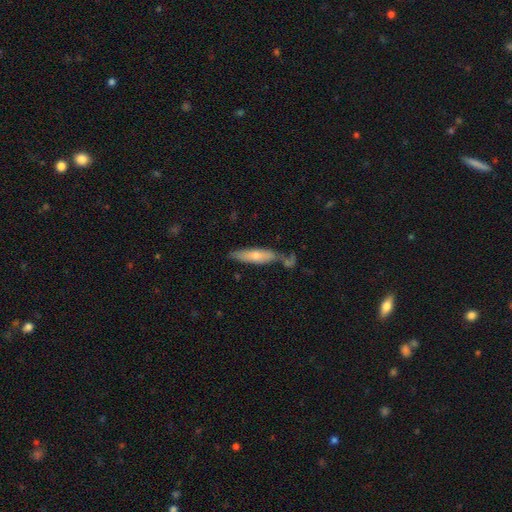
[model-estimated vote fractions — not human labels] Q: Smooth or featured?
A: smooth (53%); runner-up: featured or disk (41%)
Q: How rounded?
A: cigar-shaped (78%); runner-up: in between (20%)
Q: Merging?
A: none (60%); runner-up: minor disturbance (18%)